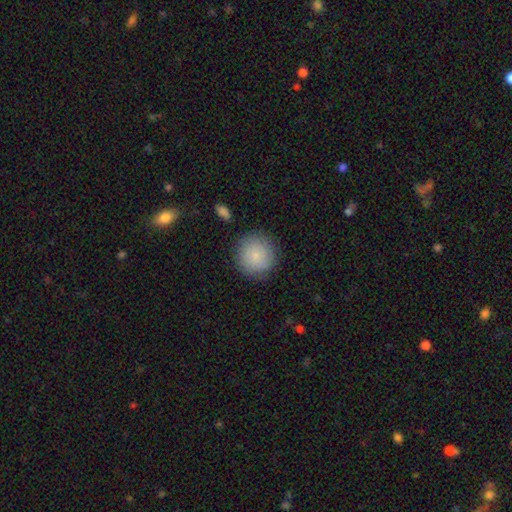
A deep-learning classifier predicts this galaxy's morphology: Smooth or featured? Predicted: smooth (p=0.85). How rounded? Predicted: round (p=0.93). Merging? Predicted: none (p=0.86).